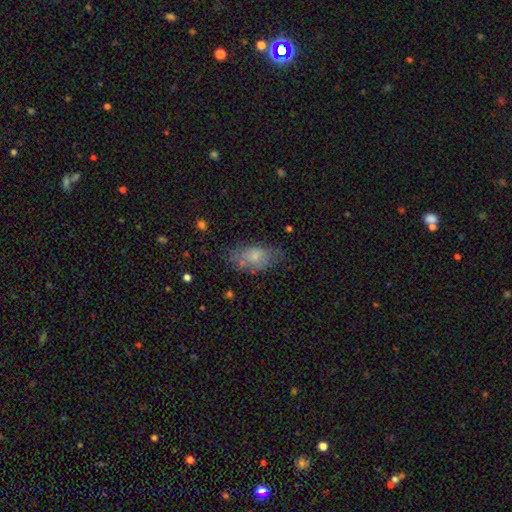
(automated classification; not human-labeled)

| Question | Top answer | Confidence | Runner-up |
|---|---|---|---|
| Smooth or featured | smooth | 63% | featured or disk (27%) |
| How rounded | in between | 89% | round (6%) |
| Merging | none | 62% | minor disturbance (25%) |